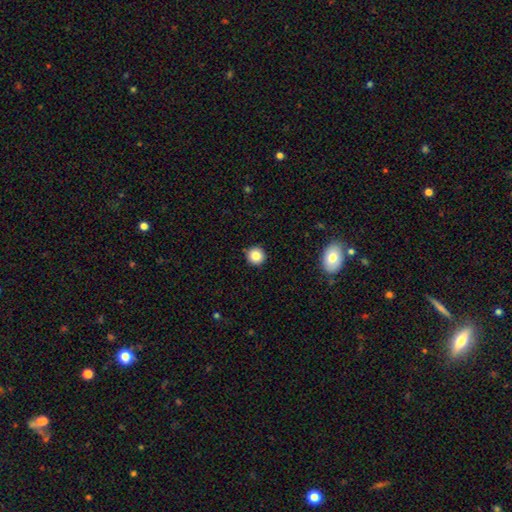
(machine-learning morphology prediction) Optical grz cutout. It shows a smooth galaxy with no disk features (85%) that is round (95%). Merging: none (91%).